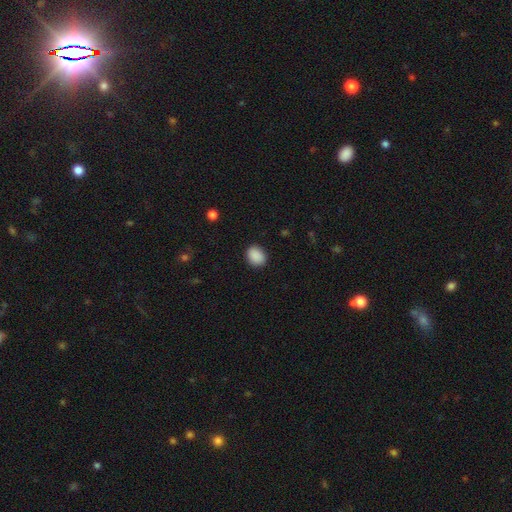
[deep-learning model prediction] smooth_or_featured: smooth (p=0.90) [alt: star or artifact p=0.08]
how_rounded: in between (p=0.63) [alt: round p=0.36]
merging: none (p=0.88) [alt: minor disturbance p=0.09]